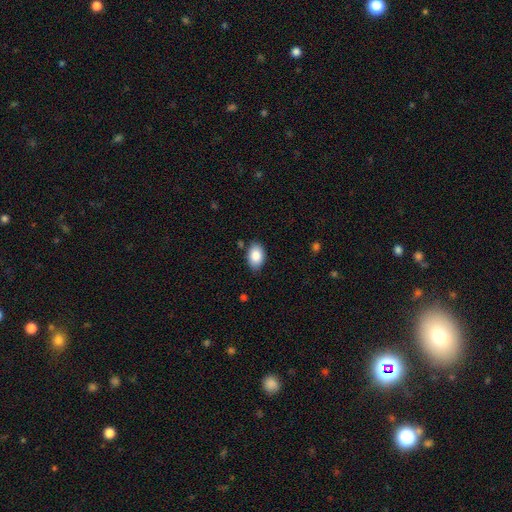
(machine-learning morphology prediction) Smooth or featured: smooth — 86% (featured or disk — 7%)
How rounded: in between — 89% (round — 10%)
Merging: none — 83% (minor disturbance — 12%)